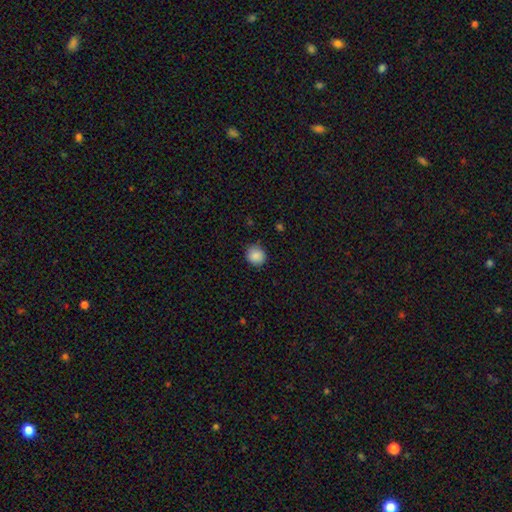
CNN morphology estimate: Smooth or featured: smooth — 88% (star or artifact — 8%)
How rounded: round — 85% (in between — 14%)
Merging: none — 87% (minor disturbance — 9%)